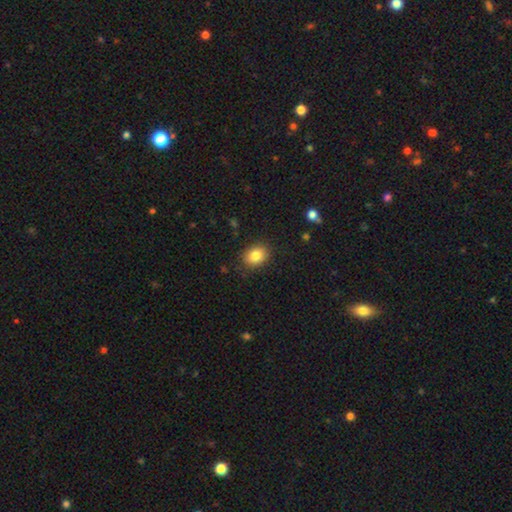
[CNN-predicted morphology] This is clearly a smooth galaxy (84%). How rounded: likely in between (61%). Merging: clearly none (87%).